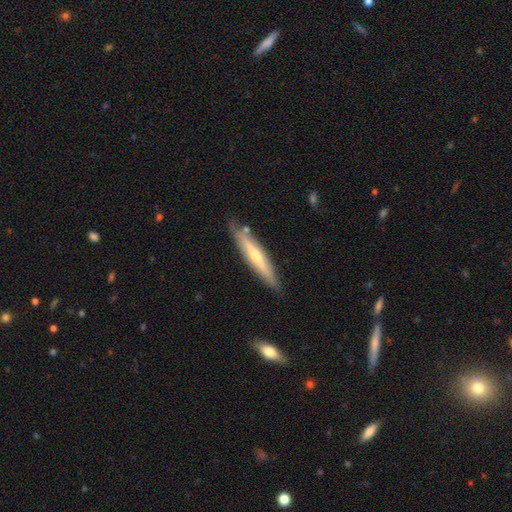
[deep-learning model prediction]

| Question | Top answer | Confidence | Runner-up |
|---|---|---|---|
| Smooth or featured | featured or disk | 55% | smooth (39%) |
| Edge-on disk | yes | 86% | no (14%) |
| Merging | none | 80% | minor disturbance (14%) |